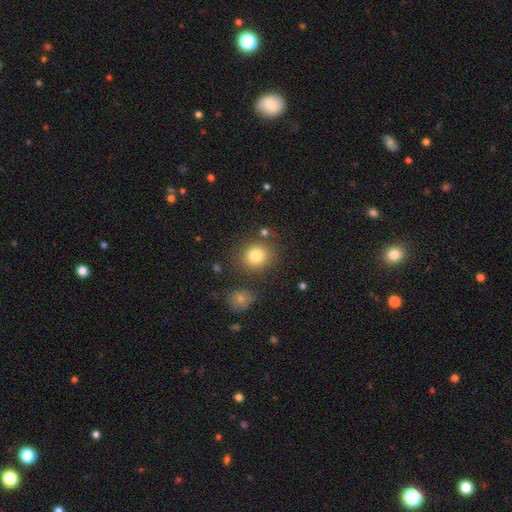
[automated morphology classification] smooth_or_featured: smooth (p=0.81) [alt: star or artifact p=0.12]
how_rounded: round (p=0.77) [alt: in between p=0.22]
merging: none (p=0.80) [alt: minor disturbance p=0.10]